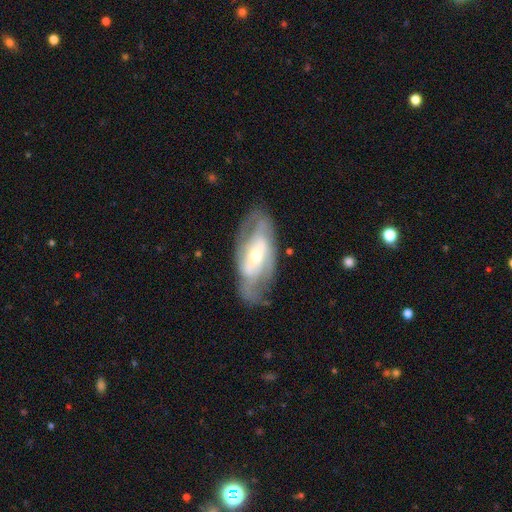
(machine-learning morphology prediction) Smooth or featured?
  - featured or disk: 76% *
  - smooth: 18%
  - star or artifact: 6%
Edge-on disk?
  - no: 91% *
  - yes: 9%
Bar?
  - no: 37% *
  - weak: 35%
  - strong: 29%
Spiral arms?
  - yes: 80% *
  - no: 20%
Spiral winding?
  - tight: 42% * (tied)
  - medium: 42% * (tied)
  - loose: 16%
Spiral arm count?
  - 2: 52% *
  - can't tell: 29%
  - 3: 11%
  - 4: 3%
  - 1: 3%
  - more than 4: 2%
Bulge size?
  - small: 49% *
  - moderate: 45%
  - large: 5%
  - none: 1%
  - dominant: 1%
Merging?
  - none: 72% *
  - minor disturbance: 18%
  - major disturbance: 9%
  - merger: 2%